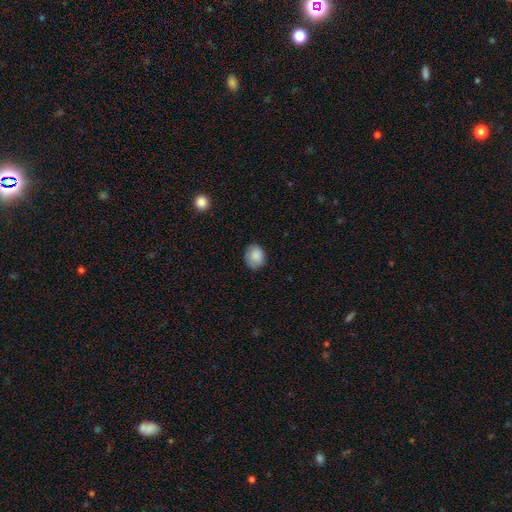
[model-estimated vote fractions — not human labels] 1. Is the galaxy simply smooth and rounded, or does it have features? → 86% smooth, 8% star or artifact, 6% featured or disk.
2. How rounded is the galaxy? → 55% round, 44% in between, 1% cigar-shaped.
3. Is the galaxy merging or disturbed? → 76% none, 19% minor disturbance, 4% major disturbance, 1% merger.